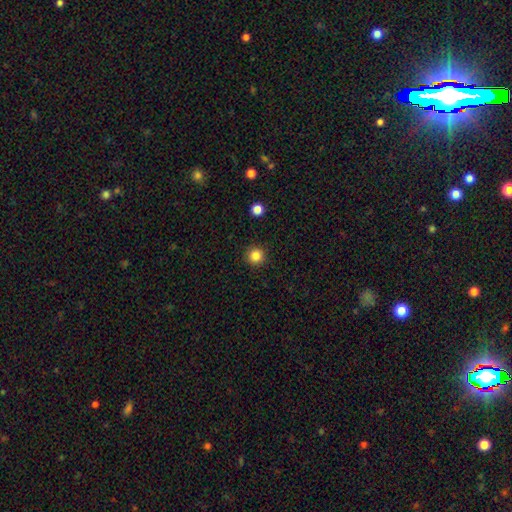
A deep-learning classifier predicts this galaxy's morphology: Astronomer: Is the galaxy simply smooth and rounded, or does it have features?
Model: smooth — 84%.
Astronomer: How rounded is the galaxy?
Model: round — 95%.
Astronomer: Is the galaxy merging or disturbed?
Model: none — 92%.